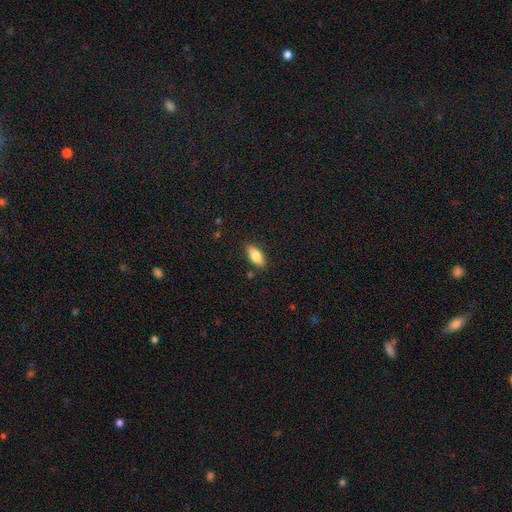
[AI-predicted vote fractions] This is likely a smooth galaxy (77%). How rounded: clearly in between (82%). Merging: clearly none (86%).